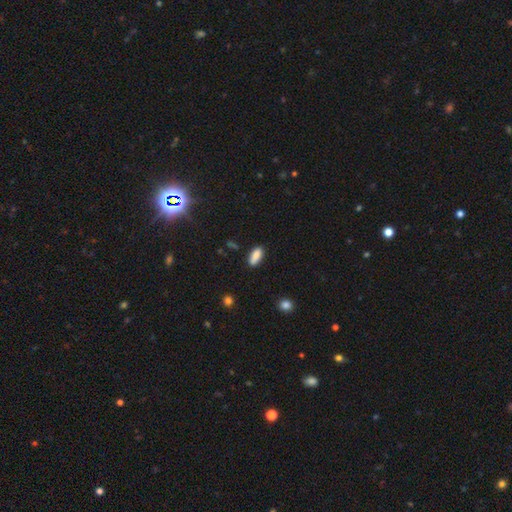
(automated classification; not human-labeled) A smooth galaxy with no disk features (86%) that is in between round and cigar-shaped (77%).

Vote fractions:
- Smooth or featured? smooth: 86% / star or artifact: 8% / featured or disk: 6%
- How rounded? in between: 77% / cigar-shaped: 21% / round: 2%
- Merging? none: 84% / minor disturbance: 12% / major disturbance: 2% / merger: 2%